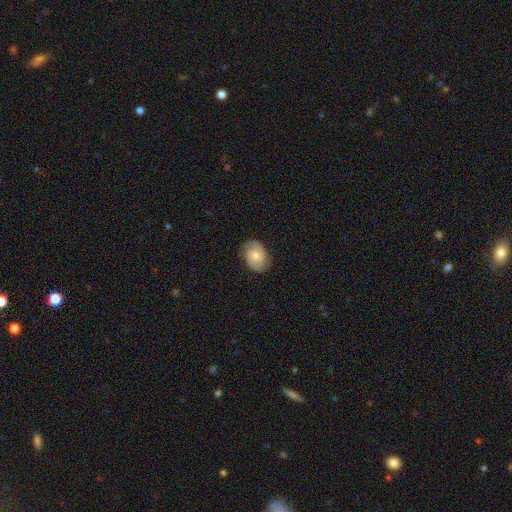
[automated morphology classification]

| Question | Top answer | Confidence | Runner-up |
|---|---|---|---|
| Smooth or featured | featured or disk | 67% | smooth (26%) |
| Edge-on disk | no | 97% | yes (3%) |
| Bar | no | 64% | weak (31%) |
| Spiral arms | yes | 92% | no (8%) |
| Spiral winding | medium | 45% | tight (41%) |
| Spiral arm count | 2 | 88% | can't tell (7%) |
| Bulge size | moderate | 56% | small (38%) |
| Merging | none | 82% | minor disturbance (14%) |